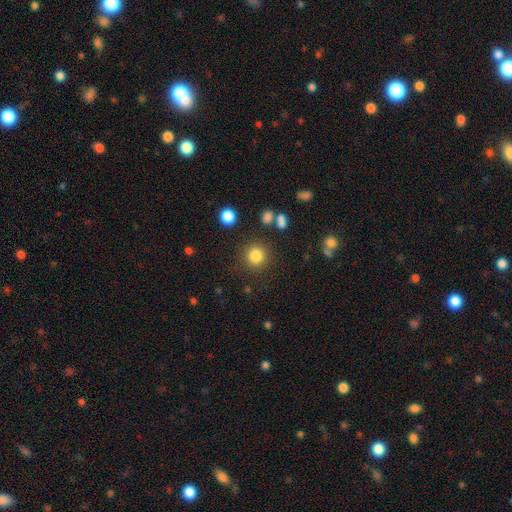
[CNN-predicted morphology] A smooth galaxy with no disk features (83%) that is round (93%).

Vote fractions:
- Smooth or featured? smooth: 83% / star or artifact: 12% / featured or disk: 5%
- How rounded? round: 93% / in between: 6% / cigar-shaped: 1%
- Merging? none: 86% / minor disturbance: 7% / major disturbance: 4% / merger: 3%